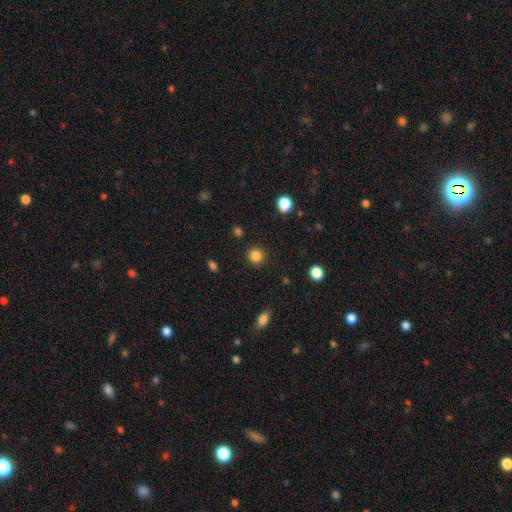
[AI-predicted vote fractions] Q: Smooth or featured?
A: smooth (85%); runner-up: star or artifact (11%)
Q: How rounded?
A: round (92%); runner-up: in between (7%)
Q: Merging?
A: none (91%); runner-up: minor disturbance (6%)